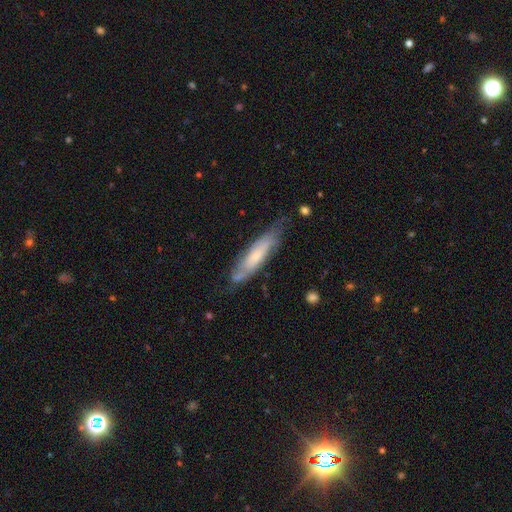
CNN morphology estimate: Smooth or featured: featured or disk — 49% (smooth — 45%)
Merging: none — 66% (minor disturbance — 25%)